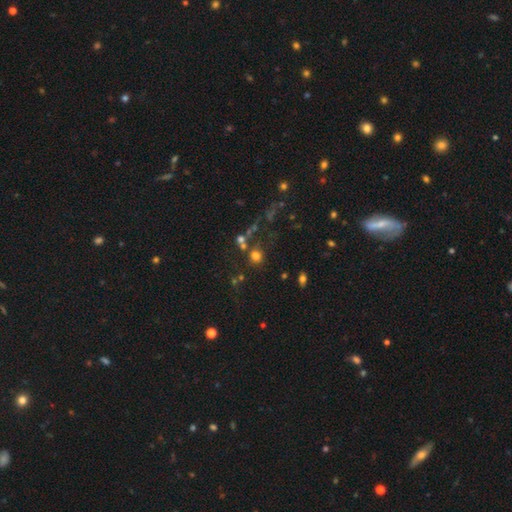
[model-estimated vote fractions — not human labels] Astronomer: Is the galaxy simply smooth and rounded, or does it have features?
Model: smooth — 67%.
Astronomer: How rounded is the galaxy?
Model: round — 87%.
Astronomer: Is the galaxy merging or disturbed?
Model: none — 64%.